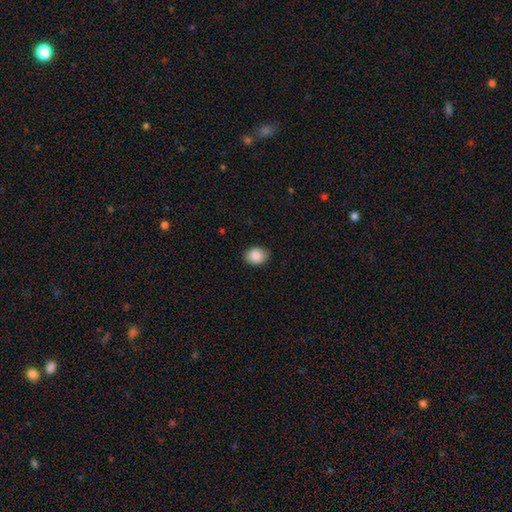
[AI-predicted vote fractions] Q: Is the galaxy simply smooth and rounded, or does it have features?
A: smooth — 89%.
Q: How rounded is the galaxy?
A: in between — 60%.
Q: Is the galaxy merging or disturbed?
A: none — 87%.